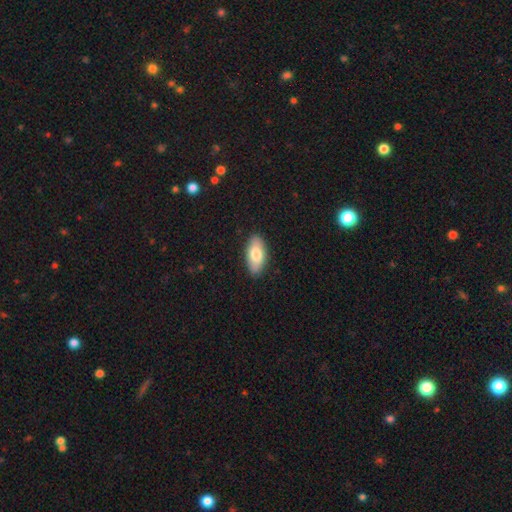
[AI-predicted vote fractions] This appears to be a smooth galaxy with no disk features (78%) that is in between round and cigar-shaped (92%). Merging: none (87%).